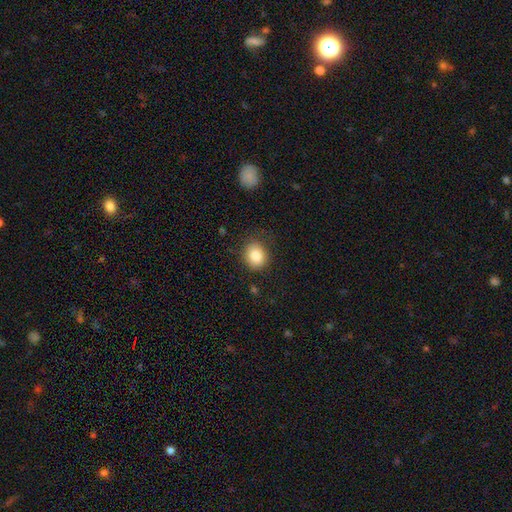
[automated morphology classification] This appears to be a smooth galaxy with no disk features (85%) that is round (62%). Merging: none (80%).